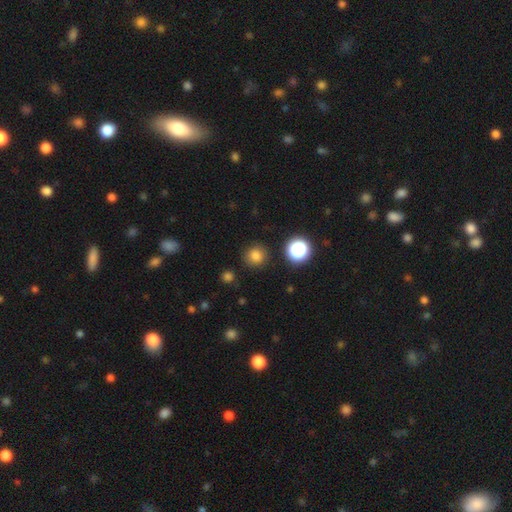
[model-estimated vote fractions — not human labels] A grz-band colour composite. It shows a smooth galaxy with no disk features (80%) that is round (92%). Merging: none (89%).